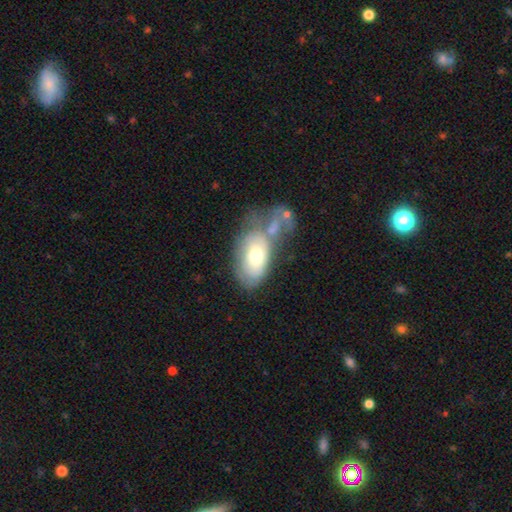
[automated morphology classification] Overall: smooth (58%; featured or disk 35%). How rounded: in between (91%). Merging: merger (37%; none 28%).